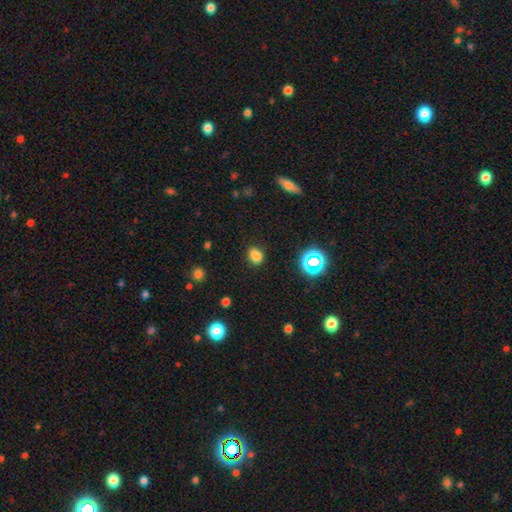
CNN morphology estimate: smooth 78%, star or artifact 17%, featured or disk 5%. Down the decision tree: how rounded — round (51%); merging — none (86%).